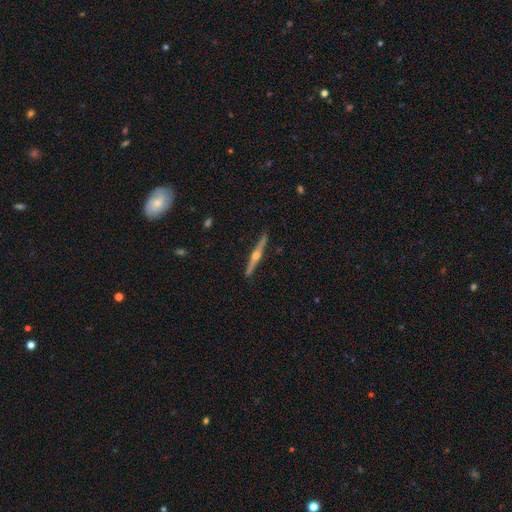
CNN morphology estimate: Smooth or featured: featured or disk — 84% (smooth — 11%)
Edge-on disk: yes — 99% (no — 1%)
Edge-on bulge: rounded — 95% (boxy — 3%)
Merging: none — 92% (minor disturbance — 6%)